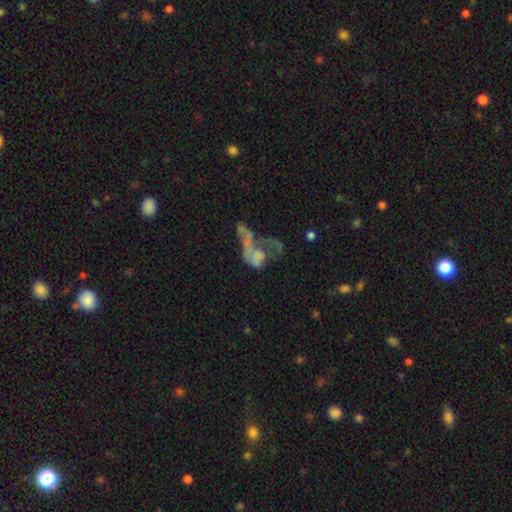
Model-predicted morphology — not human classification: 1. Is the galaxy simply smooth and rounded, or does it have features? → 53% featured or disk, 34% smooth, 13% star or artifact.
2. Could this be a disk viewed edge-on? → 96% no, 4% yes.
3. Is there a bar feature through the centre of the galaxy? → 89% no, 8% weak, 3% strong.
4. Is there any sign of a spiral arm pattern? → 76% no, 24% yes.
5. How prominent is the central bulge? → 66% none, 12% moderate, 12% small, 7% large, 3% dominant.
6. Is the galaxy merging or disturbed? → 40% major disturbance, 39% merger, 12% none, 8% minor disturbance.